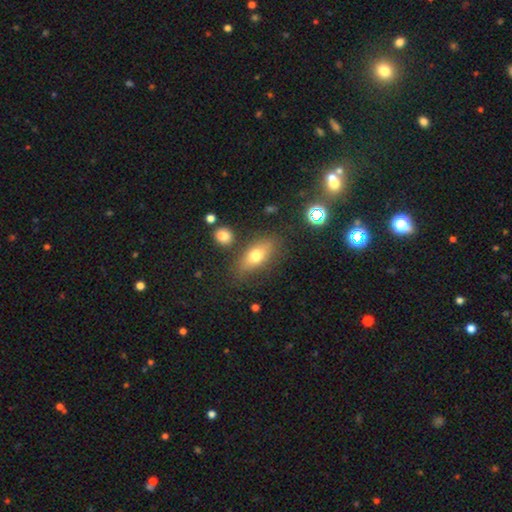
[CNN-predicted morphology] smooth 69%, featured or disk 21%, star or artifact 10%. Down the decision tree: how rounded — in between (77%); merging — none (74%).